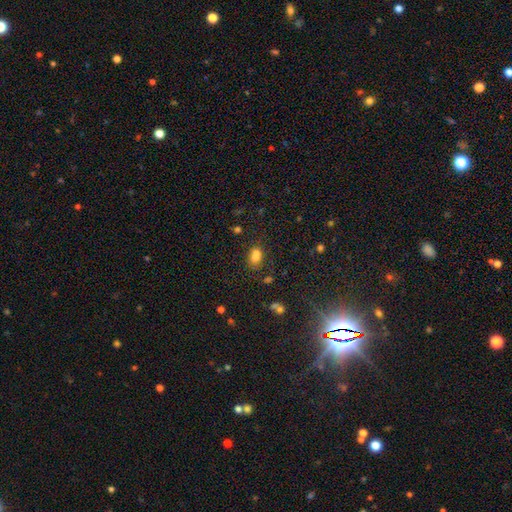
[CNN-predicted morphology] Smooth or featured?
  - smooth: 73% *
  - star or artifact: 17%
  - featured or disk: 10%
How rounded?
  - in between: 75% *
  - round: 23%
  - cigar-shaped: 2%
Merging?
  - none: 51% *
  - merger: 25%
  - minor disturbance: 17%
  - major disturbance: 7%